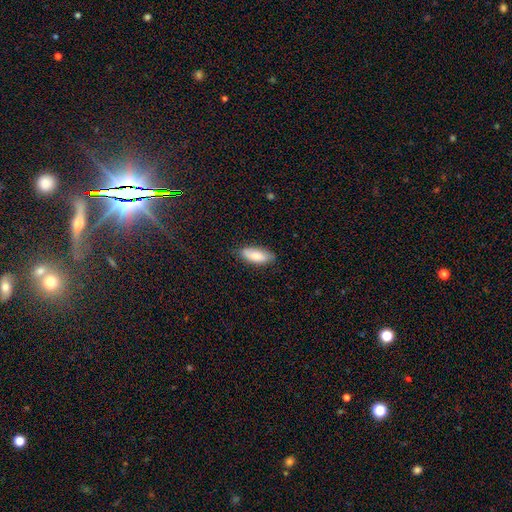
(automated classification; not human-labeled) A smooth galaxy with no disk features (85%) that is in between round and cigar-shaped (78%).

Vote fractions:
- Smooth or featured? smooth: 85% / featured or disk: 9% / star or artifact: 6%
- How rounded? in between: 78% / cigar-shaped: 20% / round: 2%
- Merging? none: 80% / minor disturbance: 16% / major disturbance: 3% / merger: 1%